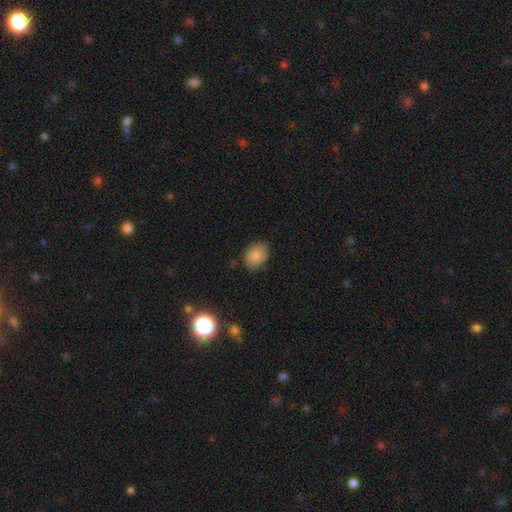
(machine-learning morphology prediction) This is clearly a smooth galaxy (86%). How rounded: likely in between (62%). Merging: likely none (79%).